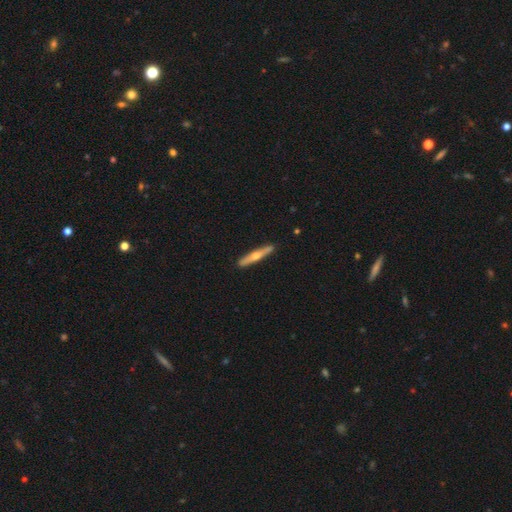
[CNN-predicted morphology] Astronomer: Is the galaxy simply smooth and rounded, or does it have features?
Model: featured or disk — 58% (runner-up: smooth, 37%).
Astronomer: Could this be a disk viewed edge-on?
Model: yes — 95%.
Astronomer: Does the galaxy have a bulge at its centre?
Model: rounded — 89%.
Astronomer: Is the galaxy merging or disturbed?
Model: none — 91%.